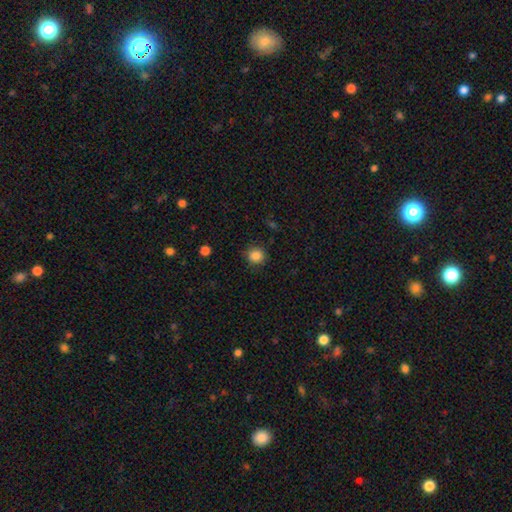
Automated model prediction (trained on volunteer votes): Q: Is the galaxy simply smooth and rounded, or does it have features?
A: smooth — 86%.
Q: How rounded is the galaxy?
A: round — 91%.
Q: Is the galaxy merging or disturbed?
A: none — 88%.